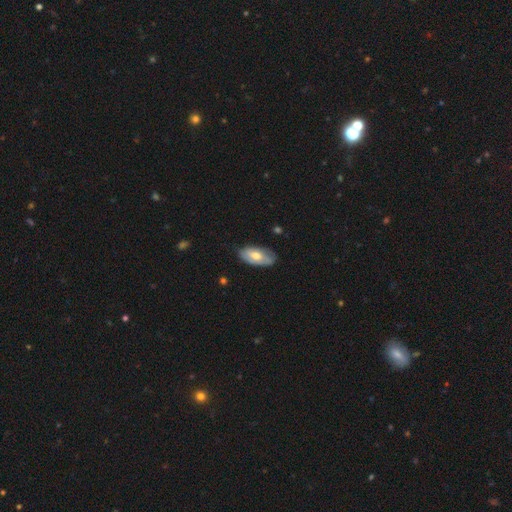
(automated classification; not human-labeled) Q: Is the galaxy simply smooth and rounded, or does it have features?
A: smooth — 53%.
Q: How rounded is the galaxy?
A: in between — 92%.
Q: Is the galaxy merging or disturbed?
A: none — 73%.